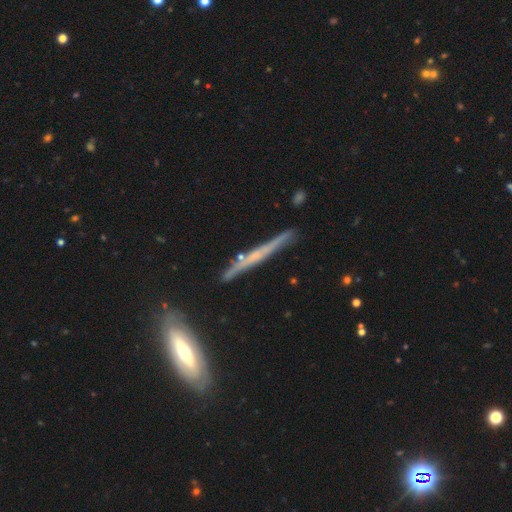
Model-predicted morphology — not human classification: Q: Smooth or featured?
A: featured or disk (65%); runner-up: smooth (28%)
Q: Edge-on disk?
A: yes (95%); runner-up: no (5%)
Q: Edge-on bulge?
A: none (68%); runner-up: rounded (23%)
Q: Merging?
A: none (81%); runner-up: minor disturbance (13%)